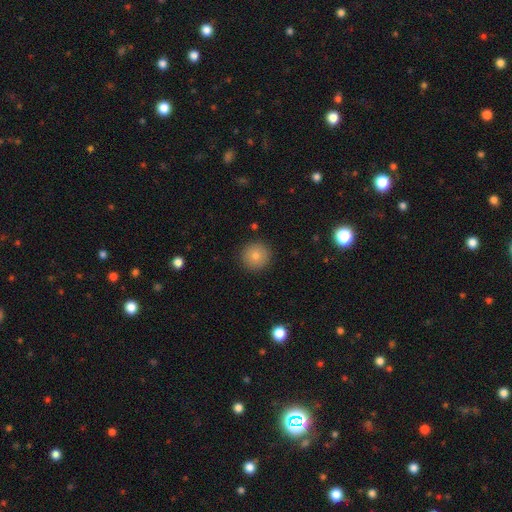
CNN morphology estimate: type=smooth (82%); roundness=round (95%); merging=none (91%).